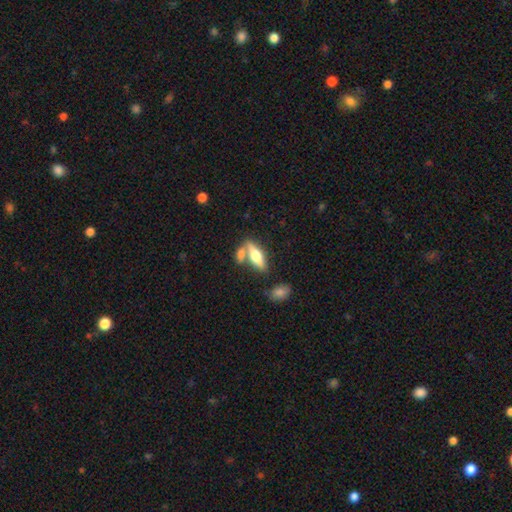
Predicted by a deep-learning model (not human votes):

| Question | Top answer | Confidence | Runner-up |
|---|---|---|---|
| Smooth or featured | smooth | 56% | featured or disk (37%) |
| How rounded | in between | 52% | cigar-shaped (45%) |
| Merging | none | 48% | merger (36%) |